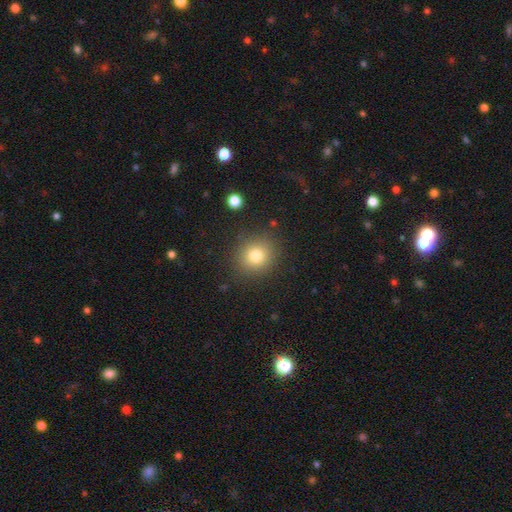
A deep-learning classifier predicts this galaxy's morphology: A smooth galaxy with no disk features (78%) that is round (86%). Merging: none (86%).